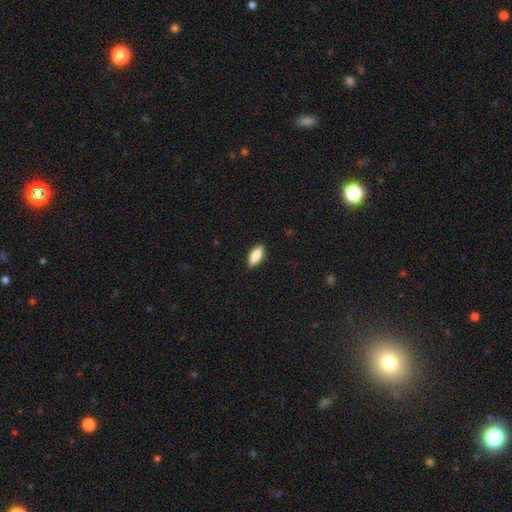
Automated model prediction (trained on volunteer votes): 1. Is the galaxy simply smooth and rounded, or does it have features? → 82% smooth, 12% featured or disk, 6% star or artifact.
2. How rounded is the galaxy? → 77% in between, 20% cigar-shaped, 2% round.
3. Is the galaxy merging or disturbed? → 88% none, 9% minor disturbance, 2% major disturbance, 1% merger.